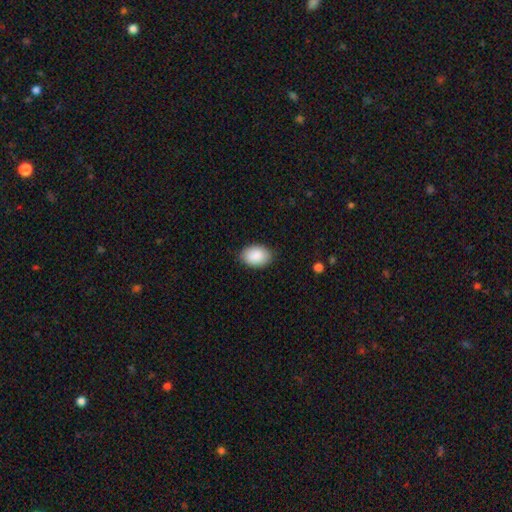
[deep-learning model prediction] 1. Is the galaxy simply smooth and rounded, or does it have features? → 90% smooth, 6% star or artifact, 4% featured or disk.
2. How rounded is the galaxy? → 87% in between, 12% round, 1% cigar-shaped.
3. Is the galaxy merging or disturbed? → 86% none, 11% minor disturbance, 2% major disturbance, 1% merger.